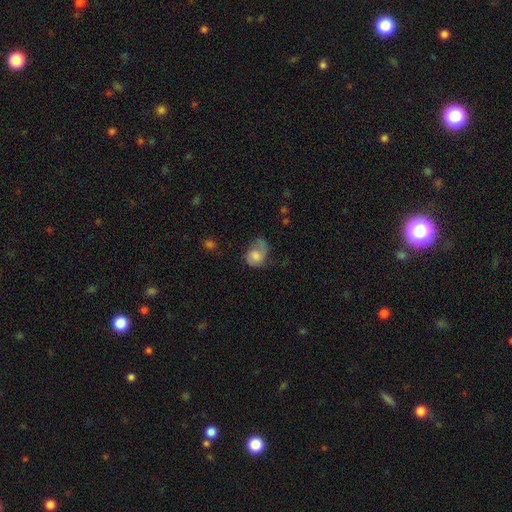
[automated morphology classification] Smooth or featured? smooth (57%)
How rounded? in between (59%)
Merging? none (34%)